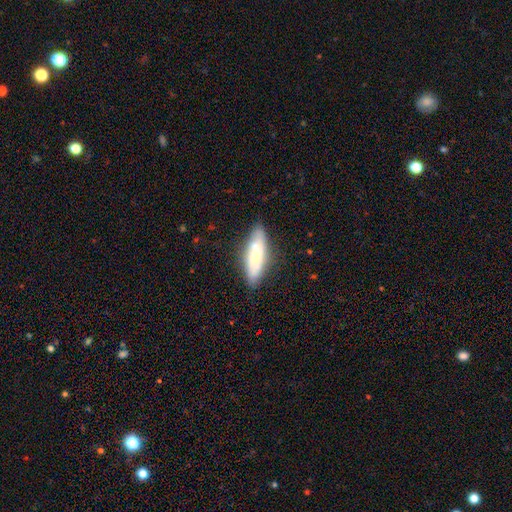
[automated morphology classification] Smooth or featured: smooth — 66% (featured or disk — 26%)
How rounded: cigar-shaped — 51% (in between — 47%)
Merging: none — 77% (minor disturbance — 18%)